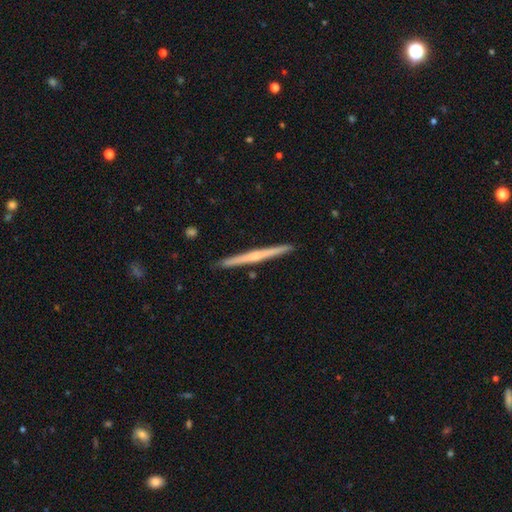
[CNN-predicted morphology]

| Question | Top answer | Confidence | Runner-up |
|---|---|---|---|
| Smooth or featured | featured or disk | 65% | smooth (29%) |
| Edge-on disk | yes | 98% | no (2%) |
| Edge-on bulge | rounded | 50% | none (45%) |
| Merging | none | 93% | minor disturbance (5%) |